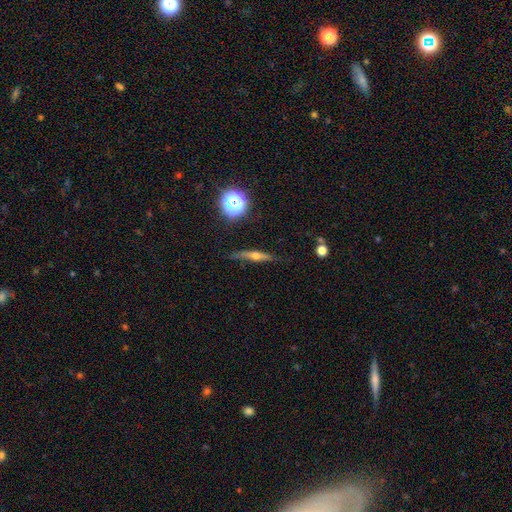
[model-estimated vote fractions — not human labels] featured or disk 59%, smooth 30%, star or artifact 11%. Down the decision tree: edge-on disk — yes (94%); edge-on bulge — rounded (91%); merging — none (79%).